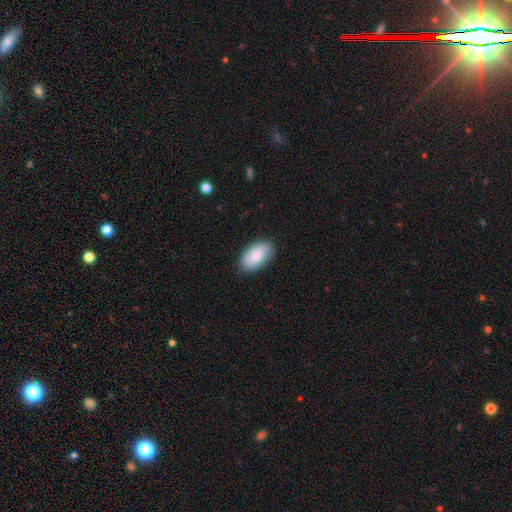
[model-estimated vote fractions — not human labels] Overall: smooth (82%). How rounded: in between (95%). Merging: none (84%).